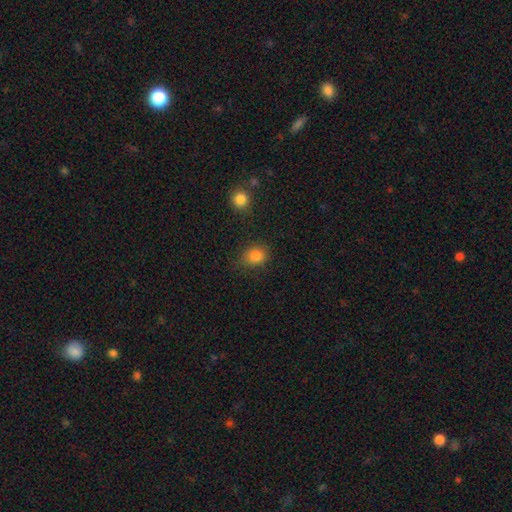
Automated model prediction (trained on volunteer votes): Smooth or featured? smooth (84%)
How rounded? round (62%)
Merging? none (75%)